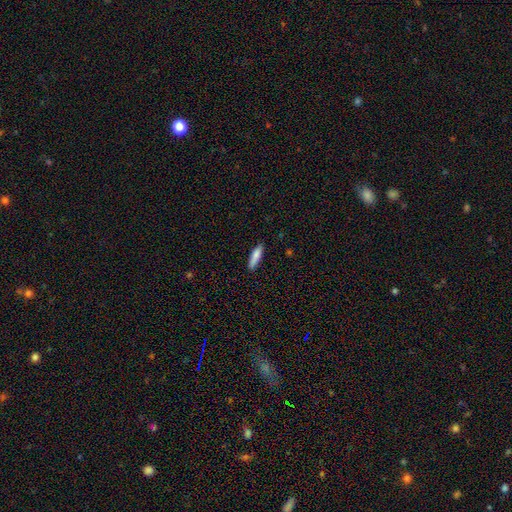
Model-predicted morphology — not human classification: Smooth or featured? Predicted: smooth (p=0.81). How rounded? Predicted: cigar-shaped (p=0.71). Merging? Predicted: none (p=0.84).